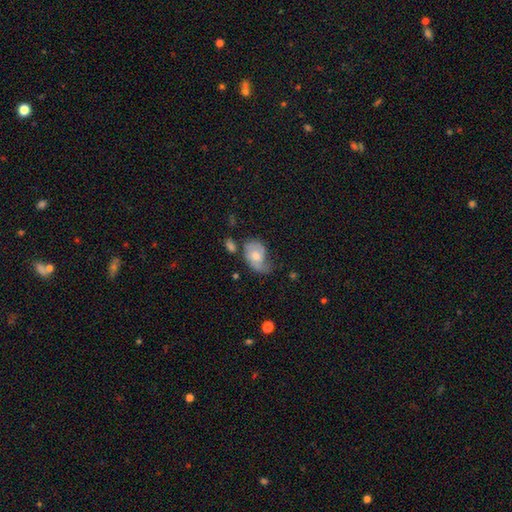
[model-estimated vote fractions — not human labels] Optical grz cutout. It shows a smooth galaxy with no disk features (50%) that is in between round and cigar-shaped (80%). Merging: minor disturbance (35%).